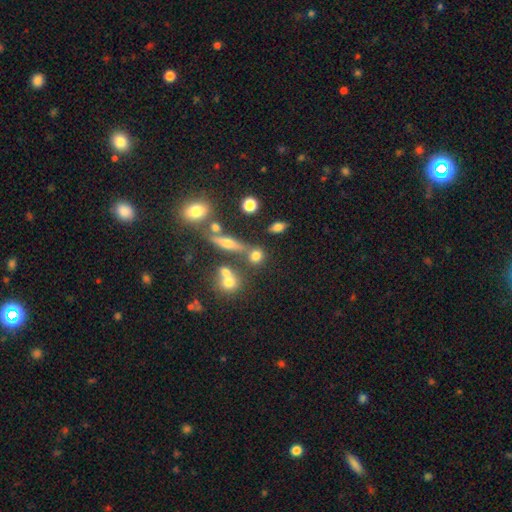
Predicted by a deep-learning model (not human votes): A smooth galaxy with no disk features (69%) that is round (68%). Merging: none (62%).